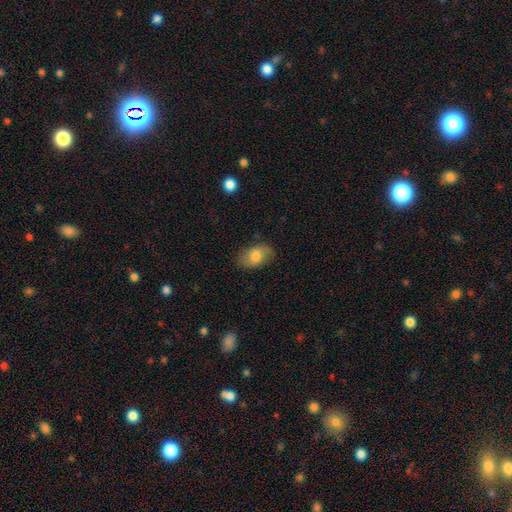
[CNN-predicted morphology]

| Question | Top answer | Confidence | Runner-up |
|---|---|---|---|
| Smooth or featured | smooth | 77% | featured or disk (16%) |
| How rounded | in between | 88% | round (10%) |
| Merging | none | 80% | minor disturbance (16%) |